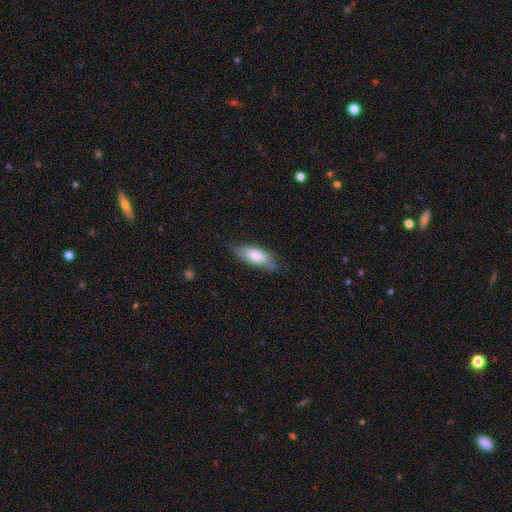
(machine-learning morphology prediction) Q: Smooth or featured?
A: smooth (76%); runner-up: featured or disk (18%)
Q: How rounded?
A: in between (73%); runner-up: cigar-shaped (25%)
Q: Merging?
A: none (66%); runner-up: minor disturbance (26%)